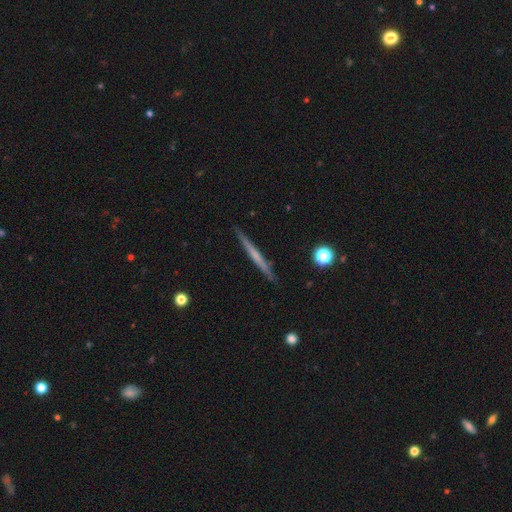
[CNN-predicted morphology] Overall: featured or disk (54%; smooth 41%). Edge-on disk: yes (97%). Edge-on bulge: none (81%). Merging: none (91%).